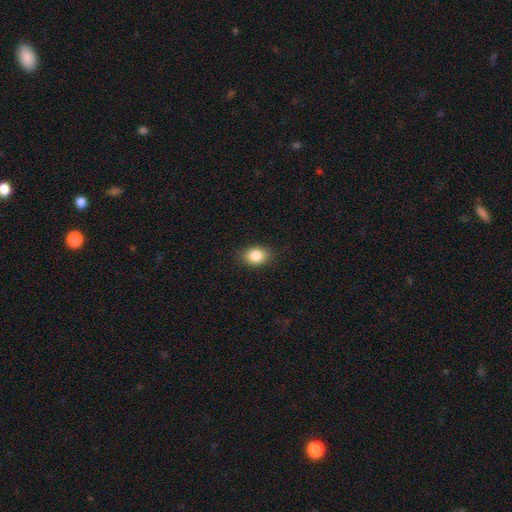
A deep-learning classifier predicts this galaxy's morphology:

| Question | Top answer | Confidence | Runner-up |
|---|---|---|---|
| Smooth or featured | smooth | 85% | star or artifact (9%) |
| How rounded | in between | 62% | round (37%) |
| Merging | none | 86% | minor disturbance (11%) |